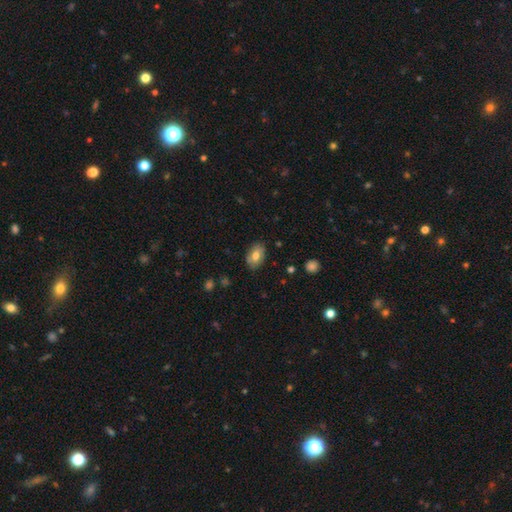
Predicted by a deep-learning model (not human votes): Morphology: type=smooth (71%); roundness=in between (87%); merging=none (81%).